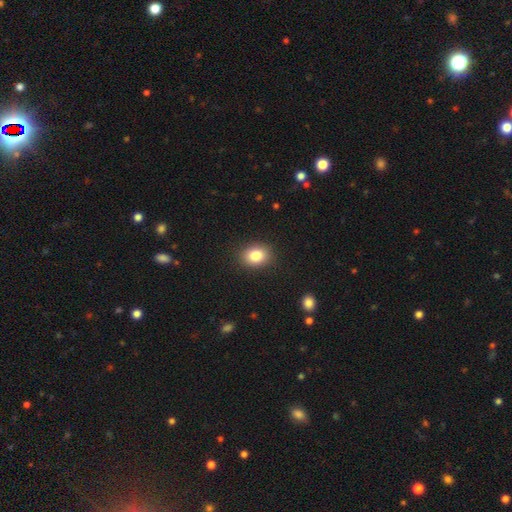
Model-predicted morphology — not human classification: Smooth or featured?
  - smooth: 83% *
  - star or artifact: 10%
  - featured or disk: 7%
How rounded?
  - in between: 56% *
  - round: 43%
  - cigar-shaped: 1%
Merging?
  - none: 89% *
  - minor disturbance: 8%
  - major disturbance: 2%
  - merger: 1%